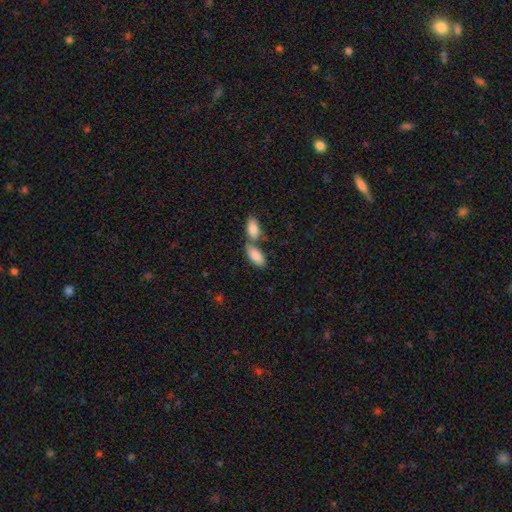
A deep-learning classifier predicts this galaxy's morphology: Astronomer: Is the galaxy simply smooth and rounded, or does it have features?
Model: smooth — 87%.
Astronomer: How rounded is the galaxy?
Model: in between — 91%.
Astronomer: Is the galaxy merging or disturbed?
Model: merger — 49% (runner-up: none, 37%).